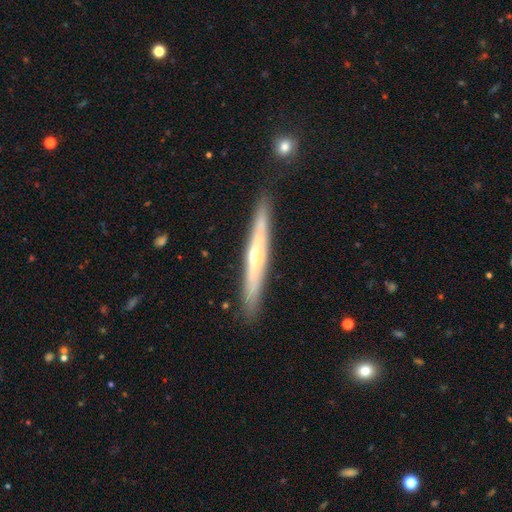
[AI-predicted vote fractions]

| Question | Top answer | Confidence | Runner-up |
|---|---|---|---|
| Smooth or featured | featured or disk | 64% | smooth (30%) |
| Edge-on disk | yes | 95% | no (5%) |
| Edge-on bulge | rounded | 72% | none (24%) |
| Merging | none | 90% | minor disturbance (7%) |